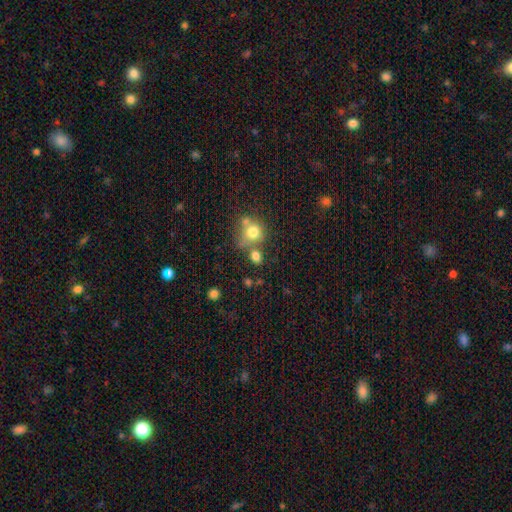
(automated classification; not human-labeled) Morphology: type=smooth (76%); roundness=round (65%); merging=none (54%).